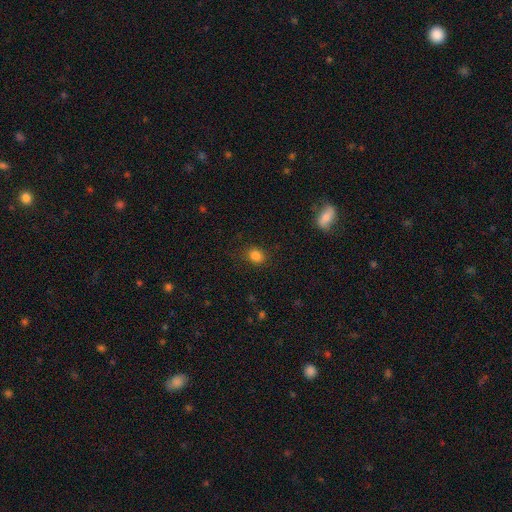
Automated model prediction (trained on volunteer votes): smooth 84%, star or artifact 12%, featured or disk 5%. Down the decision tree: how rounded — round (60%); merging — none (85%).